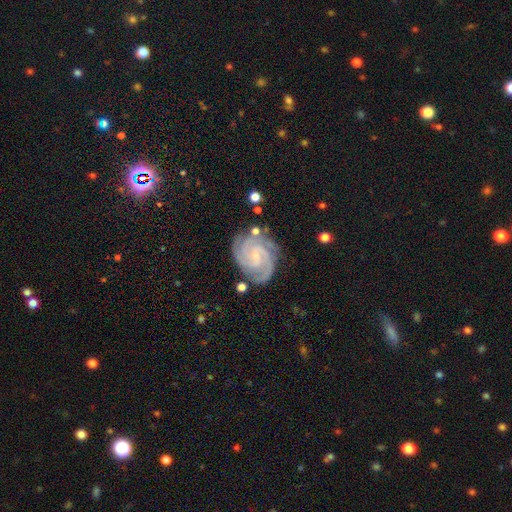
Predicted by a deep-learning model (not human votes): Q: Smooth or featured?
A: featured or disk (91%); runner-up: star or artifact (5%)
Q: Edge-on disk?
A: no (98%); runner-up: yes (2%)
Q: Bar?
A: no (51%); runner-up: weak (37%)
Q: Spiral arms?
A: yes (99%); runner-up: no (1%)
Q: Spiral winding?
A: tight (76%); runner-up: medium (22%)
Q: Spiral arm count?
A: 3 (37%); runner-up: 4 (23%)
Q: Bulge size?
A: small (80%); runner-up: moderate (12%)
Q: Merging?
A: none (76%); runner-up: minor disturbance (17%)